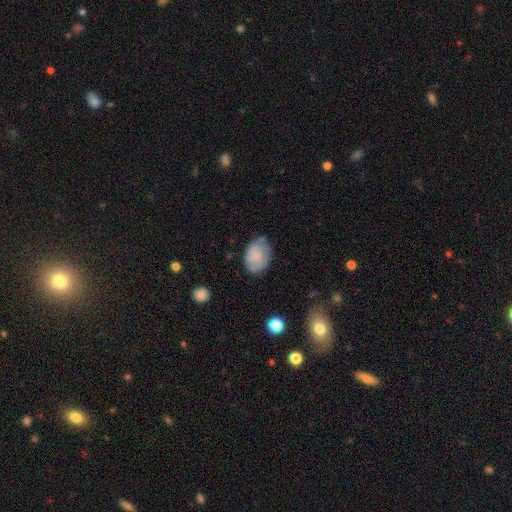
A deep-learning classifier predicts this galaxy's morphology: A smooth galaxy with no disk features (71%) that is in between round and cigar-shaped (80%).

Vote fractions:
- Smooth or featured? smooth: 71% / featured or disk: 22% / star or artifact: 8%
- How rounded? in between: 80% / round: 19% / cigar-shaped: 1%
- Merging? none: 62% / minor disturbance: 28% / major disturbance: 7% / merger: 2%